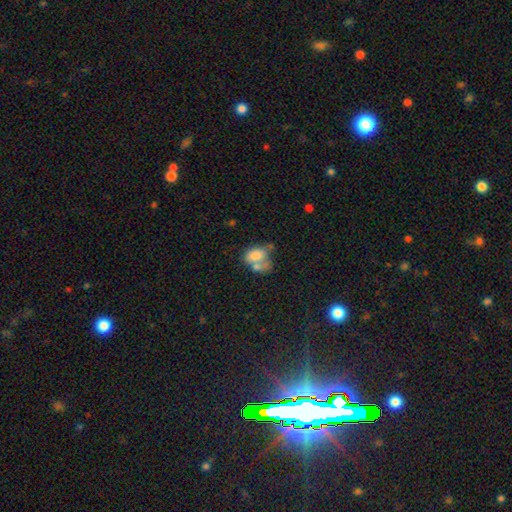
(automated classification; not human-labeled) A smooth galaxy with no disk features (70%) that is in between round and cigar-shaped (81%). Merging: merger (52%).